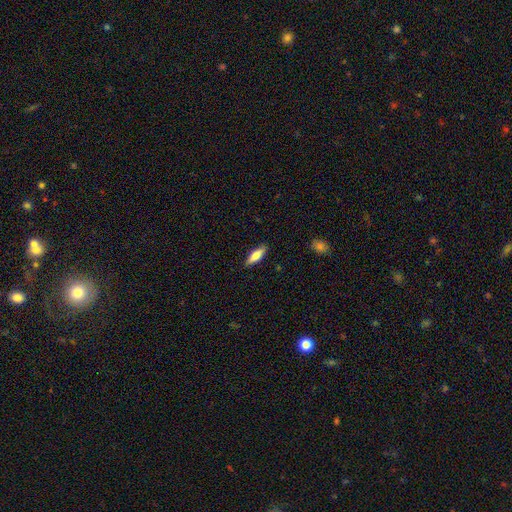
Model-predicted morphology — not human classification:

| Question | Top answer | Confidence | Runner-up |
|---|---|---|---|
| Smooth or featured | smooth | 66% | featured or disk (28%) |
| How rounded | in between | 51% | cigar-shaped (47%) |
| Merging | none | 88% | minor disturbance (9%) |